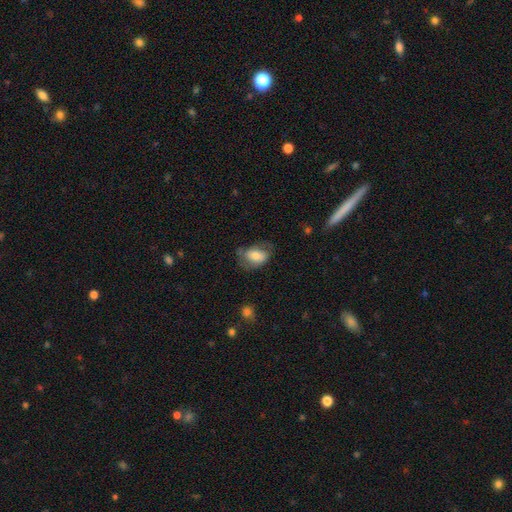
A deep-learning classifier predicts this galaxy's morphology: smooth-or-featured: smooth: 66% | featured or disk: 27% | star or artifact: 8%
  how-rounded: in between: 82% | round: 16% | cigar-shaped: 2%
  merging: none: 51% | minor disturbance: 29% | major disturbance: 18% | merger: 2%